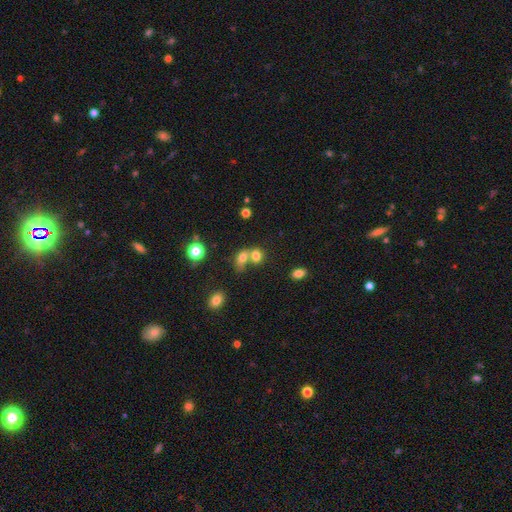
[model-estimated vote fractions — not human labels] Smooth or featured: smooth — 76% (star or artifact — 13%)
How rounded: round — 52% (in between — 47%)
Merging: merger — 61% (none — 28%)